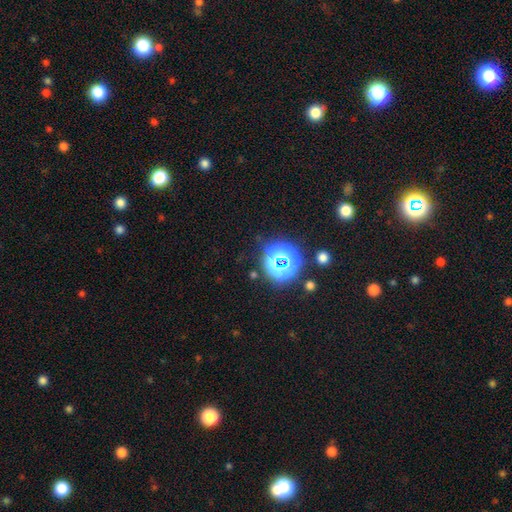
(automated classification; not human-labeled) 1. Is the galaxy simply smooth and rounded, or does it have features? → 81% star or artifact, 13% smooth, 7% featured or disk.